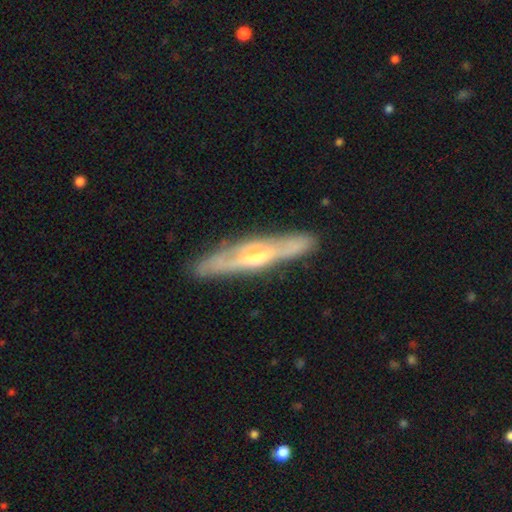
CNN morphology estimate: Overall: featured or disk (70%). Edge-on disk: yes (73%). Edge-on bulge: rounded (77%). Merging: none (83%).